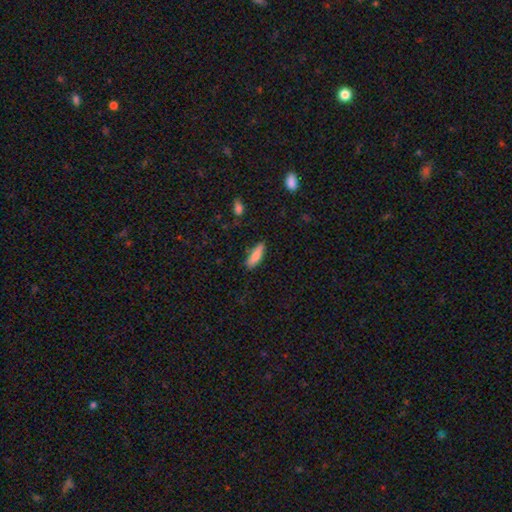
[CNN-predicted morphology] This is clearly a smooth galaxy (83%). How rounded: possibly cigar-shaped (50%). Merging: likely none (77%).